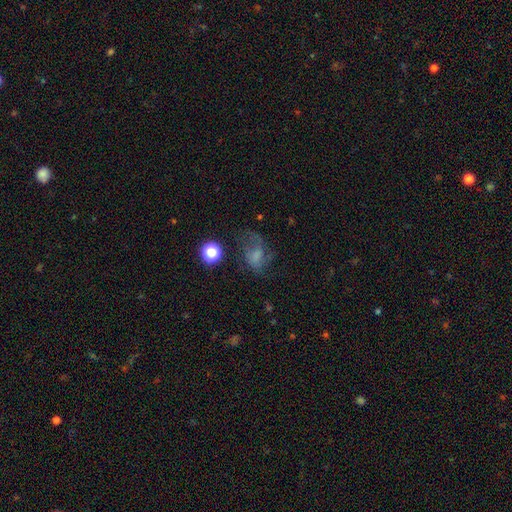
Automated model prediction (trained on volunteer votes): A smooth galaxy with no disk features (47%). Merging: none (37%).